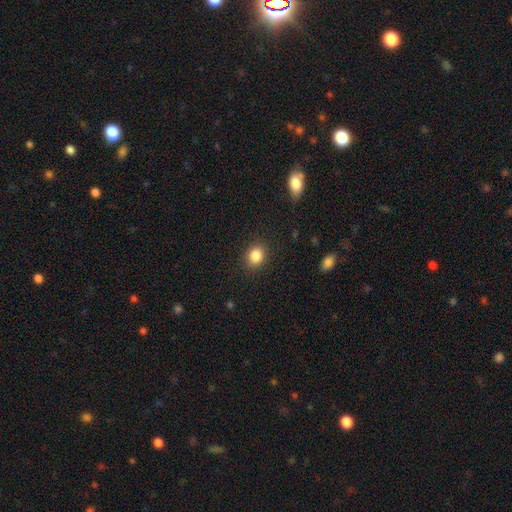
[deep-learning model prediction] The model was most divided on "how rounded": round: 62%, in between: 37%, cigar-shaped: 1%. More confident: merging — none (88%); smooth or featured — smooth (85%).